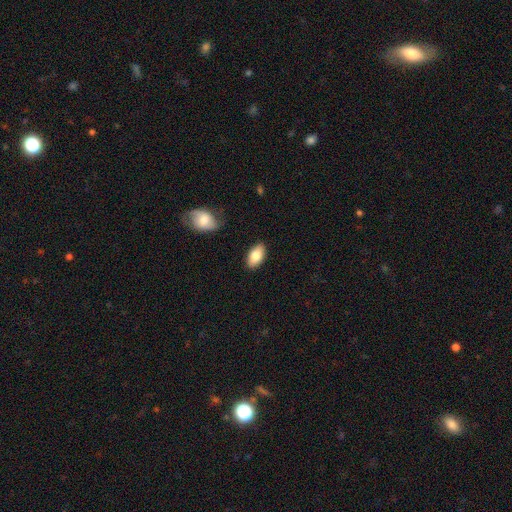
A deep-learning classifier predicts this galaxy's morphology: A smooth galaxy with no disk features (82%) that is in between round and cigar-shaped (94%).

Vote fractions:
- Smooth or featured? smooth: 82% / featured or disk: 11% / star or artifact: 7%
- How rounded? in between: 94% / round: 4% / cigar-shaped: 3%
- Merging? none: 87% / minor disturbance: 10% / major disturbance: 2% / merger: 2%